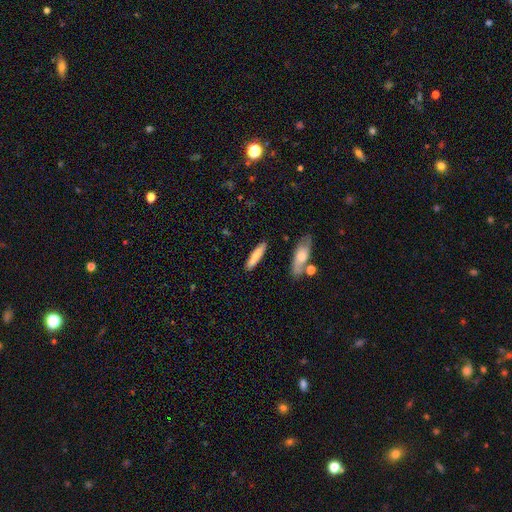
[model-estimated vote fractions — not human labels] Overall: smooth (77%). How rounded: cigar-shaped (79%). Merging: none (84%).